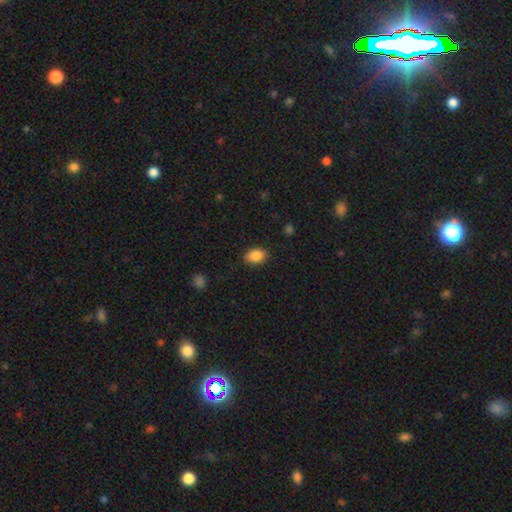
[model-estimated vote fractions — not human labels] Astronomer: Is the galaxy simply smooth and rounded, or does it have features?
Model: smooth — 87%.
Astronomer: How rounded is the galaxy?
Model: in between — 81%.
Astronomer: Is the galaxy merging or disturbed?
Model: none — 87%.